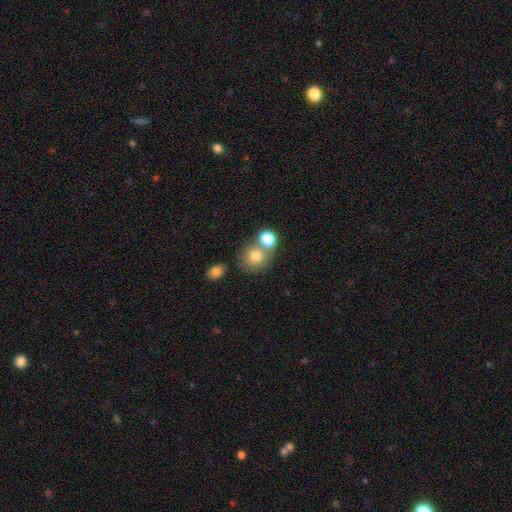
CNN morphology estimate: This is likely a smooth galaxy (77%). How rounded: clearly round (81%). Merging: possibly none (51%).